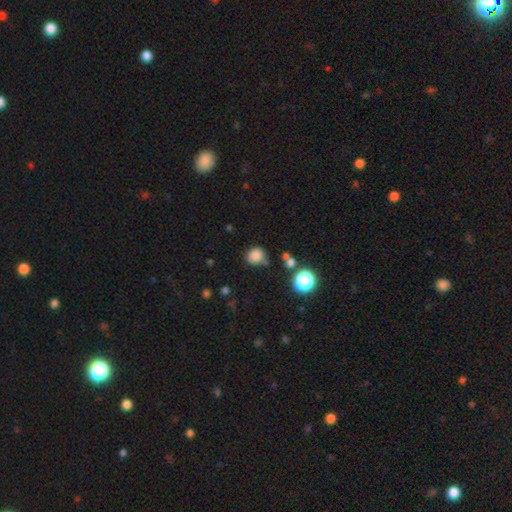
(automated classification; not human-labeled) A smooth galaxy with no disk features (81%) that is round (81%).

Vote fractions:
- Smooth or featured? smooth: 81% / star or artifact: 14% / featured or disk: 5%
- How rounded? round: 81% / in between: 18% / cigar-shaped: 1%
- Merging? none: 74% / minor disturbance: 16% / merger: 6% / major disturbance: 4%